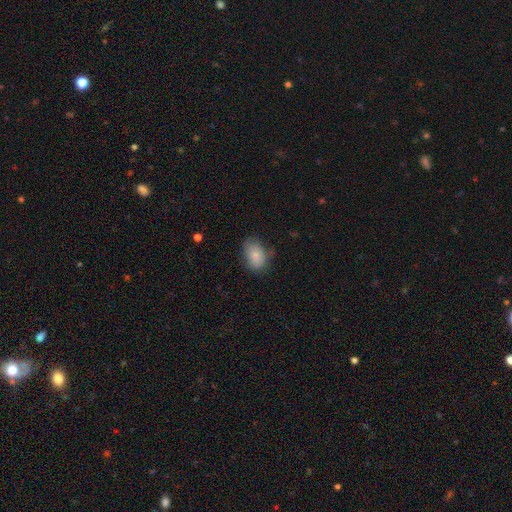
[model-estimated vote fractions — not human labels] Smooth or featured? smooth (84%)
How rounded? in between (83%)
Merging? none (66%)